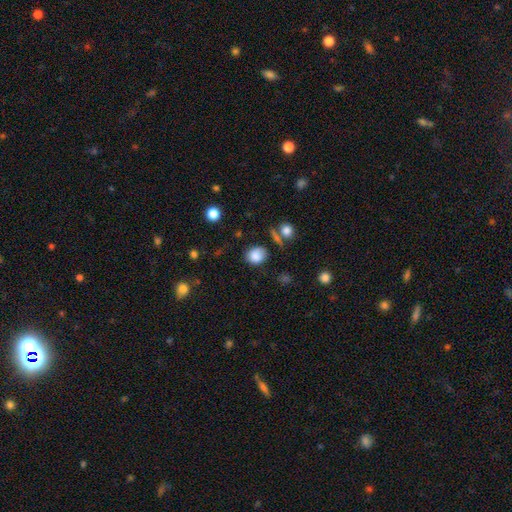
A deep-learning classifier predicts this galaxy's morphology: This appears to be a smooth galaxy with no disk features (84%) that is round (59%). Merging: none (73%).